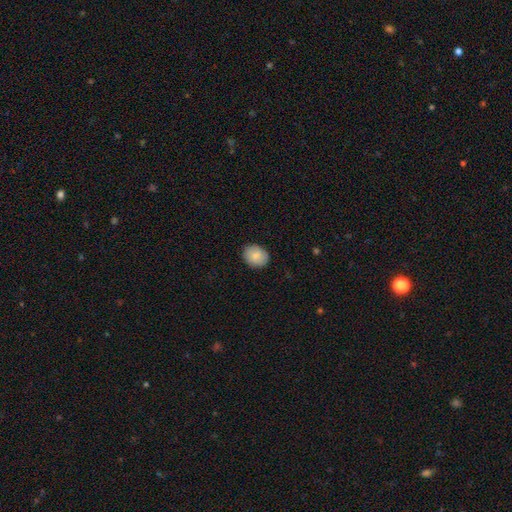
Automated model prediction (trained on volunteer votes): Q: Smooth or featured?
A: smooth (86%); runner-up: featured or disk (7%)
Q: How rounded?
A: in between (50%); runner-up: round (49%)
Q: Merging?
A: none (87%); runner-up: minor disturbance (10%)